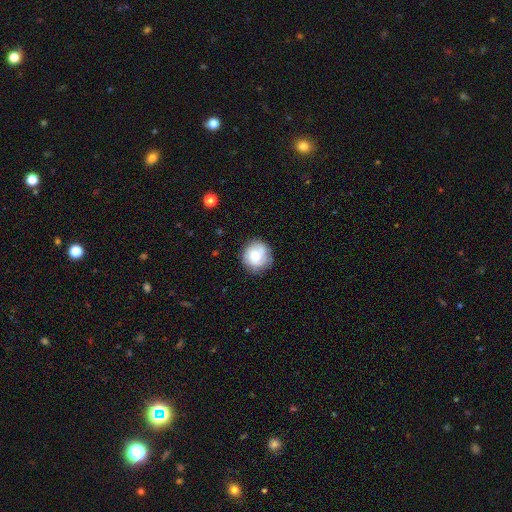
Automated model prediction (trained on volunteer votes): smooth 60%, featured or disk 32%, star or artifact 8%. Down the decision tree: how rounded — round (90%); merging — none (77%).